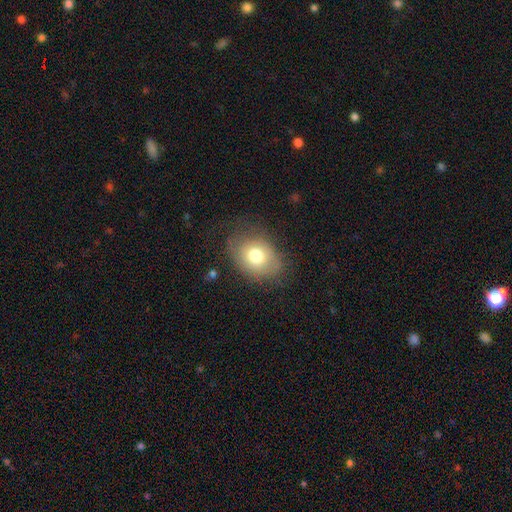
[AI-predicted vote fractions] smooth_or_featured: smooth (p=0.71) [alt: featured or disk p=0.19]
how_rounded: in between (p=0.69) [alt: round p=0.30]
merging: none (p=0.66) [alt: minor disturbance p=0.23]